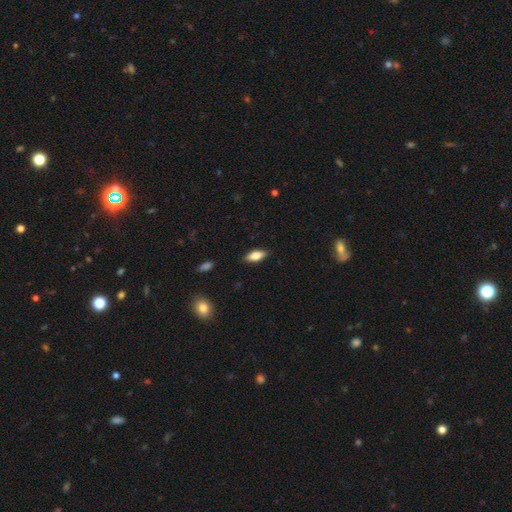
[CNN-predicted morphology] type=smooth (77%); roundness=in between (81%); merging=none (87%).